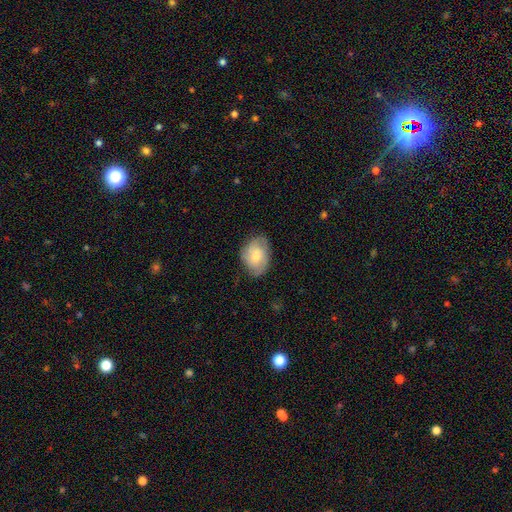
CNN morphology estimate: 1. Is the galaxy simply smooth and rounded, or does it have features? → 55% smooth, 38% featured or disk, 7% star or artifact.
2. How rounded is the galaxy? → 74% in between, 25% round, 1% cigar-shaped.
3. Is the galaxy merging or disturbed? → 71% none, 23% minor disturbance, 5% major disturbance, 1% merger.